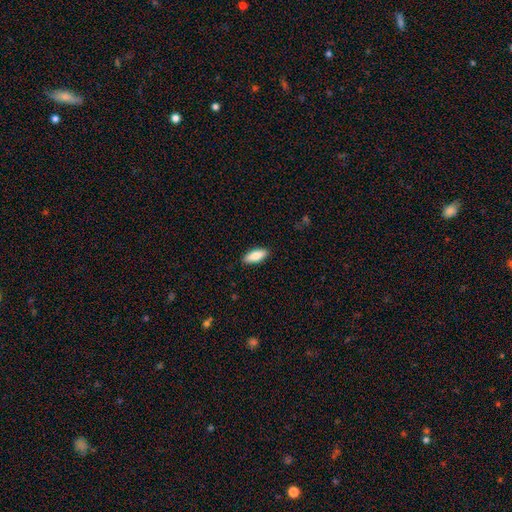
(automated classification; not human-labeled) This appears to be a smooth galaxy with no disk features (84%) that is in between round and cigar-shaped (77%). Merging: none (89%).